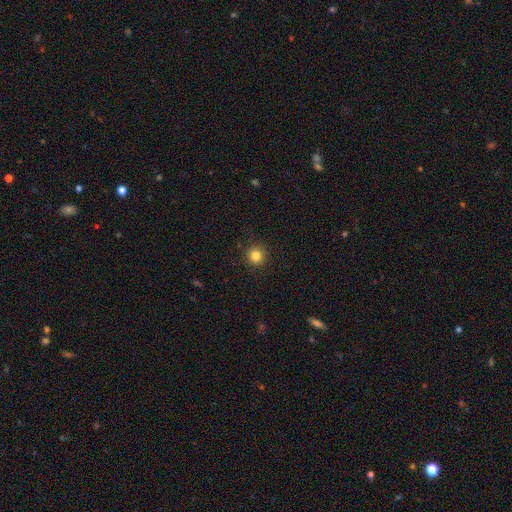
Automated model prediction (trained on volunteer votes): Smooth or featured?
  - smooth: 83% *
  - star or artifact: 12%
  - featured or disk: 5%
How rounded?
  - round: 93% *
  - in between: 6%
  - cigar-shaped: 1%
Merging?
  - none: 91% *
  - minor disturbance: 6%
  - major disturbance: 2%
  - merger: 1%